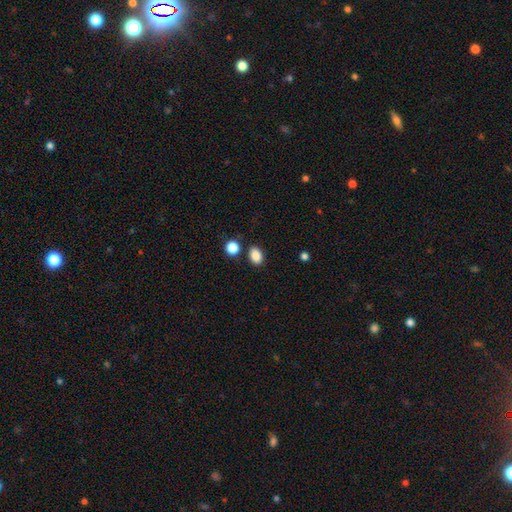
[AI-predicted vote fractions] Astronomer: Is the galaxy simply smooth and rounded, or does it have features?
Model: smooth — 87%.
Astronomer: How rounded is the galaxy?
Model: in between — 76%.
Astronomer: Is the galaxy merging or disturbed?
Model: none — 81%.